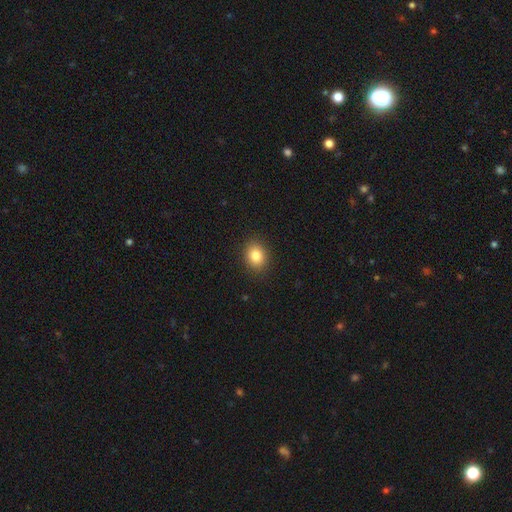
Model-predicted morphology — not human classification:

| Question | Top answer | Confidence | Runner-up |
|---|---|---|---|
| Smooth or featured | smooth | 83% | star or artifact (10%) |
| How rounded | round | 53% | in between (46%) |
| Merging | none | 89% | minor disturbance (8%) |